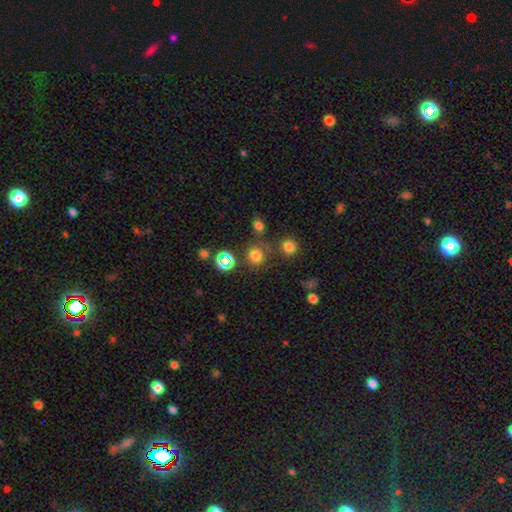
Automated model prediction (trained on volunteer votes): This appears to be a smooth galaxy with no disk features (73%) that is round (88%). Merging: none (73%).